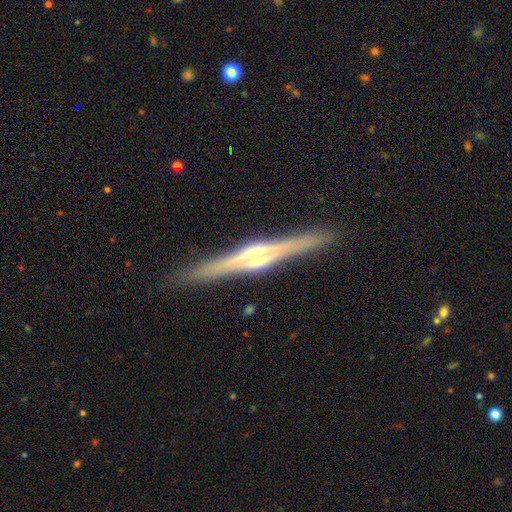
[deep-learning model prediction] A featured or disk galaxy (85%) viewed edge-on (98%) with a rounded central bulge (76%).

Vote fractions:
- Smooth or featured? featured or disk: 85% / smooth: 9% / star or artifact: 6%
- Edge-on disk? yes: 98% / no: 2%
- Edge-on bulge? rounded: 76% / boxy: 19% / none: 5%
- Merging? none: 89% / minor disturbance: 8% / major disturbance: 2% / merger: 1%